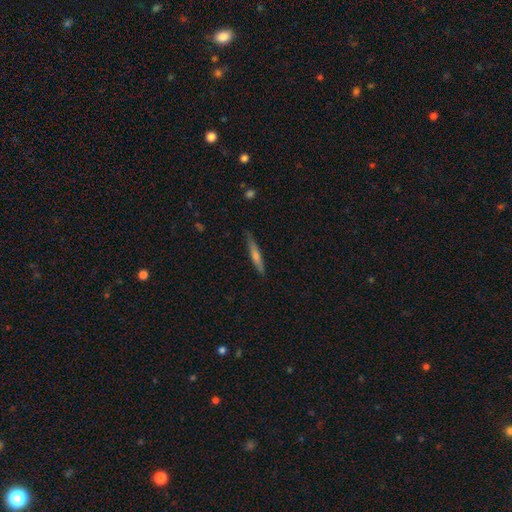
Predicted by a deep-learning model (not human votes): Smooth or featured: featured or disk — 58% (smooth — 34%)
Edge-on disk: yes — 96% (no — 4%)
Edge-on bulge: rounded — 71% (none — 23%)
Merging: none — 88% (minor disturbance — 9%)